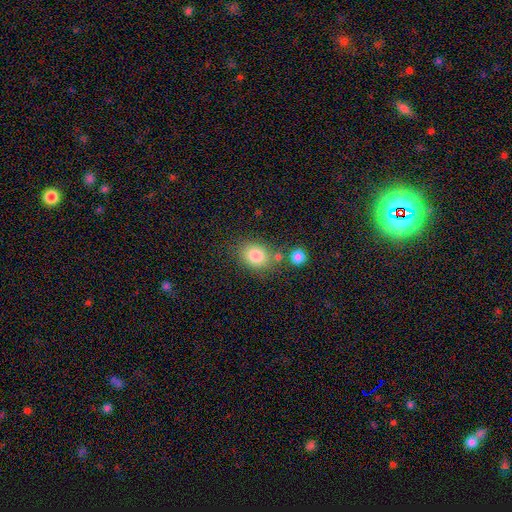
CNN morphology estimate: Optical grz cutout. It shows a smooth galaxy with no disk features (83%) that is in between round and cigar-shaped (52%). Merging: none (65%).